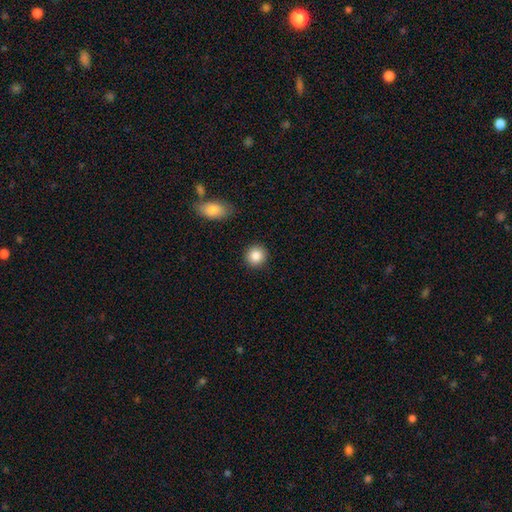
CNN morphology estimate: This appears to be a smooth galaxy with no disk features (86%) that is round (92%). Merging: none (91%).